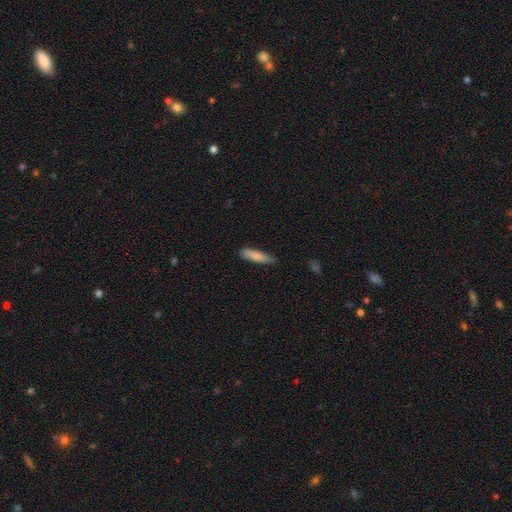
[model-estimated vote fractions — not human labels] The model was most divided on "how rounded": cigar-shaped: 71%, in between: 27%, round: 1%. More confident: smooth or featured — smooth (84%); merging — none (76%).